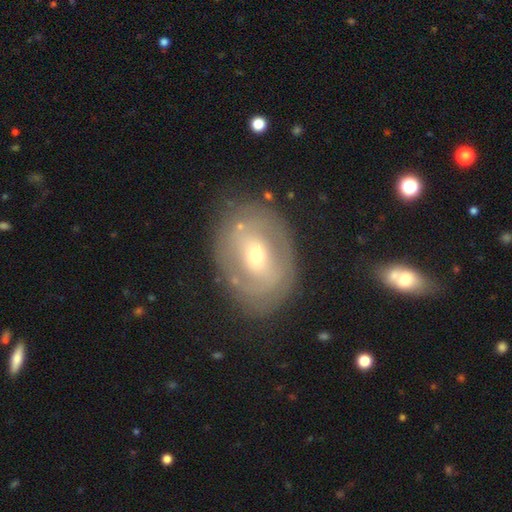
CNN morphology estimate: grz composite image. It shows a featured or disk galaxy (65%) with no bar (46%), no spiral arms (52%) and a small central bulge (48%). Merging: none (77%).